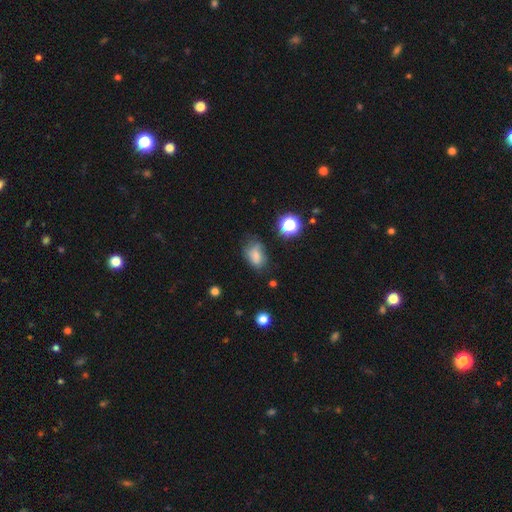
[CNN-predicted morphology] The model was most divided on "merging": none: 50%, minor disturbance: 31%, major disturbance: 14%, merger: 4%. More confident: how rounded — in between (82%); smooth or featured — smooth (70%).